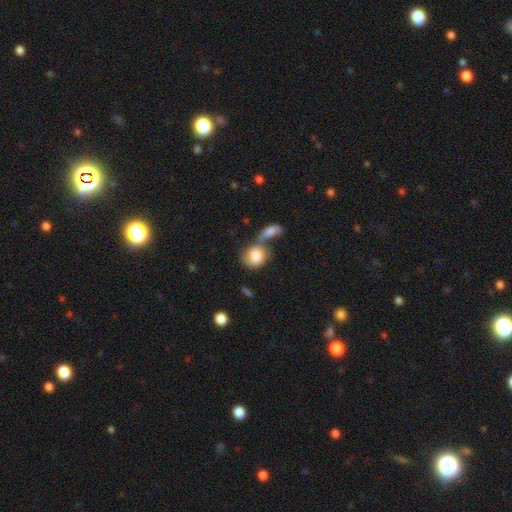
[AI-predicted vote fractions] smooth_or_featured: smooth (p=0.70) [alt: featured or disk p=0.23]
how_rounded: round (p=0.64) [alt: in between p=0.34]
merging: merger (p=0.55) [alt: none p=0.23]